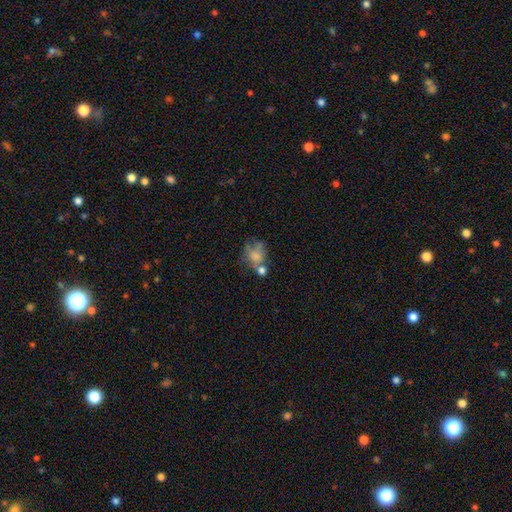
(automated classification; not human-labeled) Q: Smooth or featured?
A: smooth (64%); runner-up: featured or disk (25%)
Q: How rounded?
A: in between (52%); runner-up: round (47%)
Q: Merging?
A: merger (32%); runner-up: none (30%)